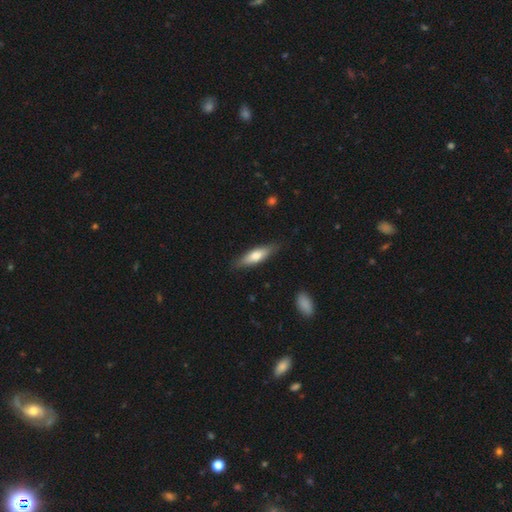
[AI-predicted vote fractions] The model was most divided on "how rounded": cigar-shaped: 59%, in between: 39%, round: 2%. More confident: merging — none (83%); smooth or featured — smooth (67%).